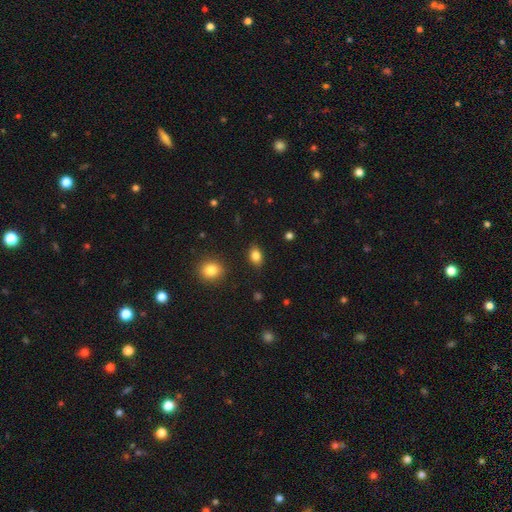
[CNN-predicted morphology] smooth 84%, star or artifact 10%, featured or disk 6%. Down the decision tree: how rounded — in between (80%); merging — none (87%).